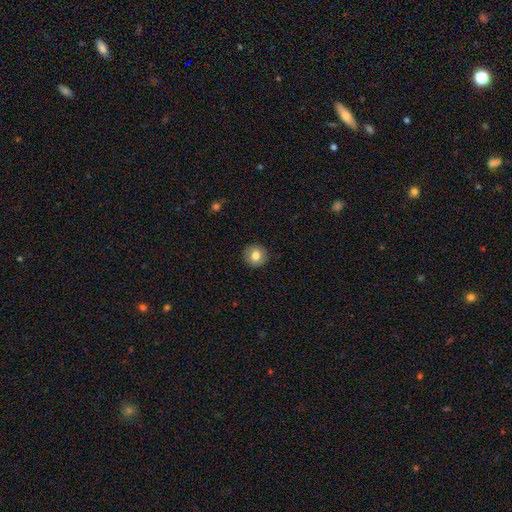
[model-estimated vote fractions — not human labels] smooth-or-featured: smooth: 79% | featured or disk: 13% | star or artifact: 9%
  how-rounded: round: 93% | in between: 6% | cigar-shaped: 1%
  merging: none: 91% | minor disturbance: 6% | major disturbance: 2% | merger: 1%